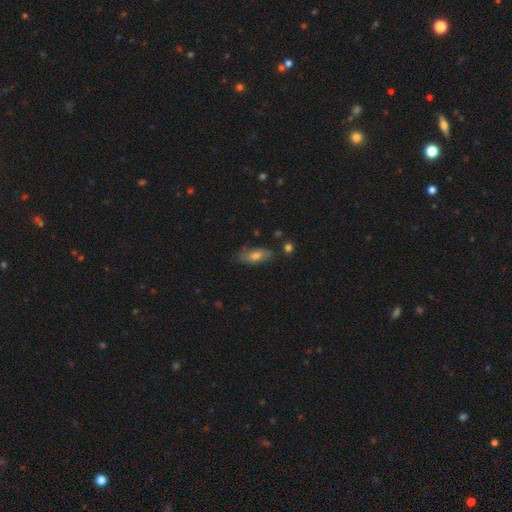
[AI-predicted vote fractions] This appears to be a smooth galaxy with no disk features (63%) that is in between round and cigar-shaped (77%). Merging: none (75%).